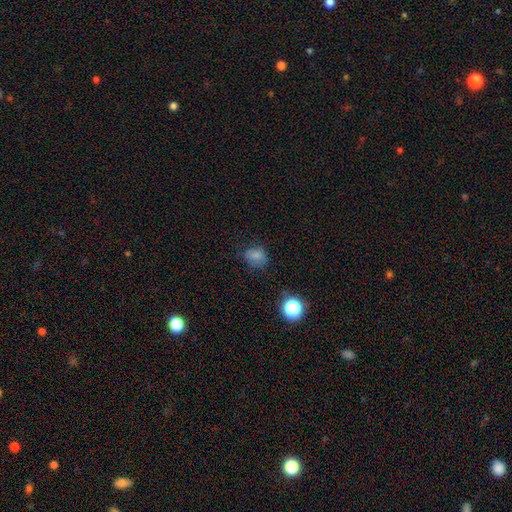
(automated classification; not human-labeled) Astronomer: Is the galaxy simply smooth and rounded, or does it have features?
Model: smooth — 75%.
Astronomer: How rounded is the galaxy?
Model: round — 56% (runner-up: in between, 43%).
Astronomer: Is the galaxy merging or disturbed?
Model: none — 66%.